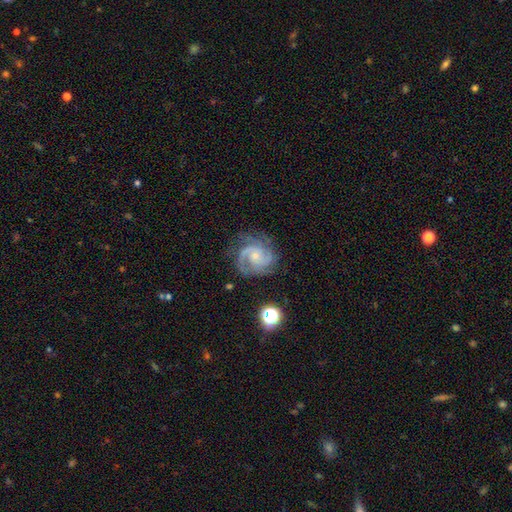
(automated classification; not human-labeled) Smooth or featured? featured or disk (89%)
Edge-on disk? no (98%)
Bar? no (68%)
Spiral arms? yes (98%)
Spiral winding? medium (47%)
Spiral arm count? 3 (42%)
Bulge size? small (73%)
Merging? none (74%)